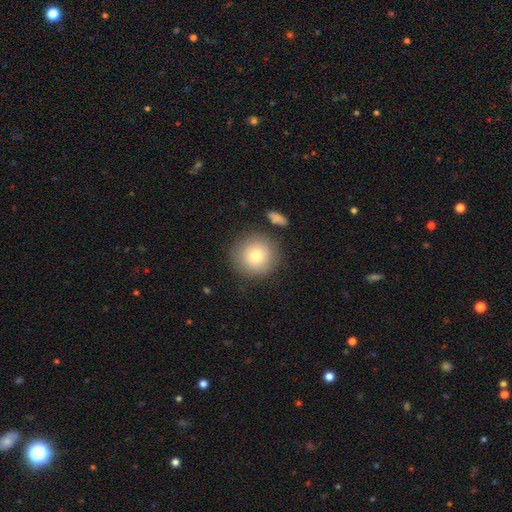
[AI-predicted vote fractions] Smooth or featured? Predicted: smooth (p=0.80). How rounded? Predicted: round (p=0.94). Merging? Predicted: none (p=0.82).